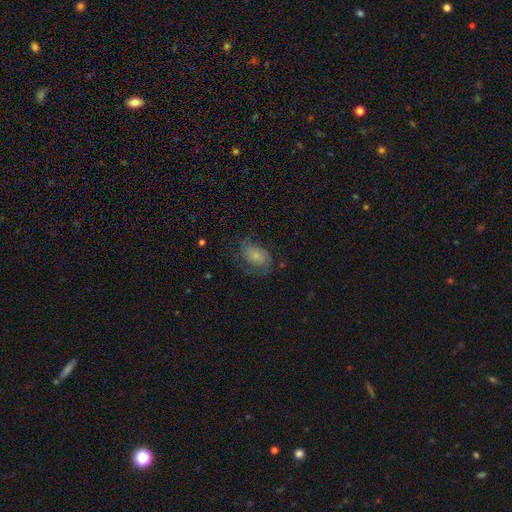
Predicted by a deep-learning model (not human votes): Overall: smooth (45%; featured or disk 44%). Merging: none (57%; minor disturbance 24%).